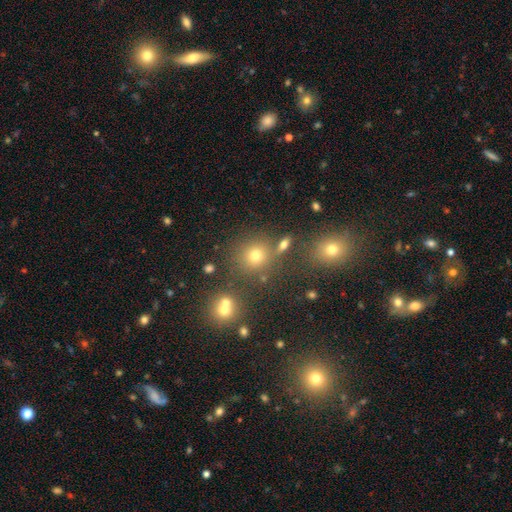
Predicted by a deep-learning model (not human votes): Morphology: type=smooth (64%); roundness=round (87%); merging=none (76%).